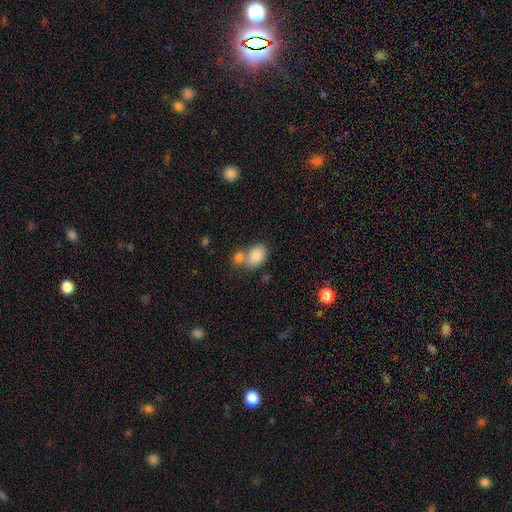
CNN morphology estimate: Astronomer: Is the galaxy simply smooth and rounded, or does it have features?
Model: smooth — 84%.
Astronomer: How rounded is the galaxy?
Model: in between — 79%.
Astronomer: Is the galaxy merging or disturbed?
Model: none — 45% (runner-up: merger, 38%).